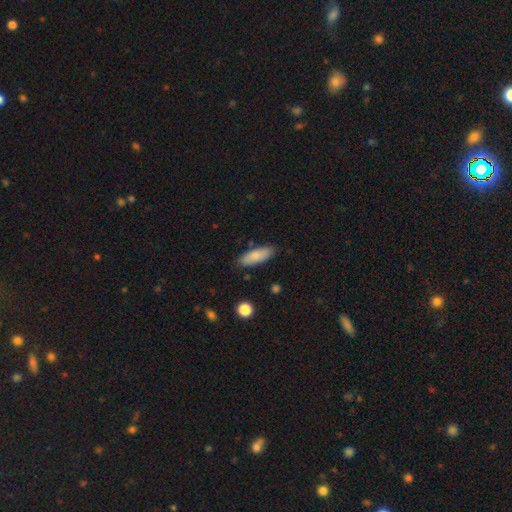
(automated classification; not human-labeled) Smooth or featured: smooth — 84% (featured or disk — 10%)
How rounded: in between — 68% (cigar-shaped — 30%)
Merging: none — 83% (minor disturbance — 12%)